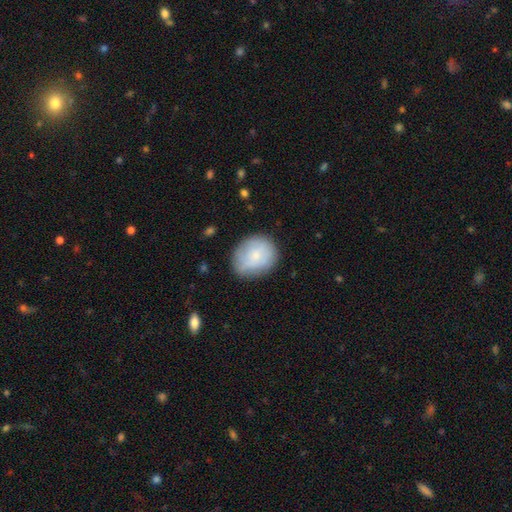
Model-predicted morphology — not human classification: A smooth galaxy with no disk features (72%) that is round (66%). Merging: none (72%).